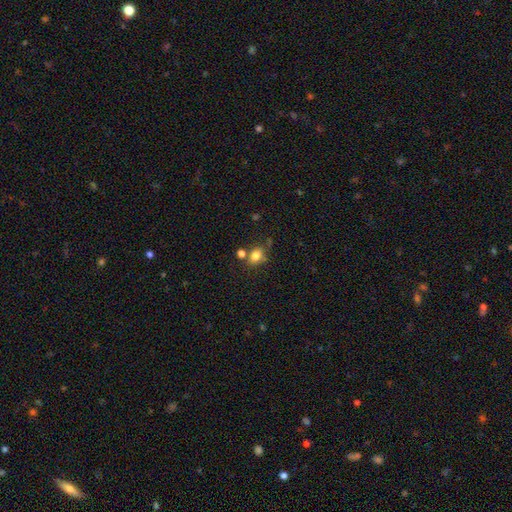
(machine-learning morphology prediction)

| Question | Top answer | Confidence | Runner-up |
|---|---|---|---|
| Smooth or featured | smooth | 80% | star or artifact (12%) |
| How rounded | in between | 57% | round (42%) |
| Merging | none | 63% | merger (17%) |